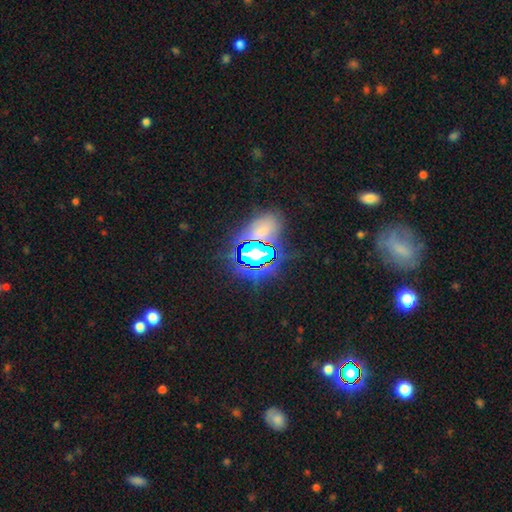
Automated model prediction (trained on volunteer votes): Smooth or featured?
  - star or artifact: 65% *
  - smooth: 23%
  - featured or disk: 12%